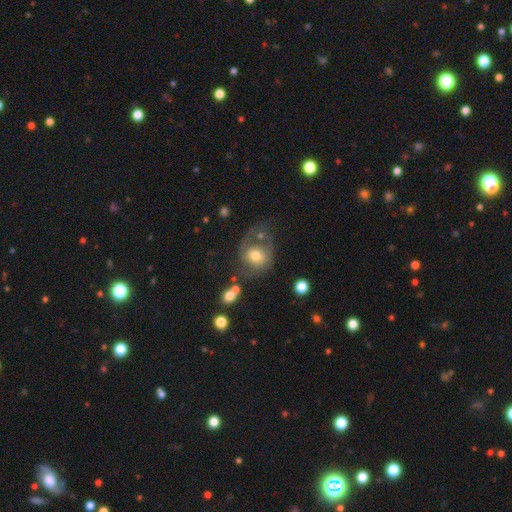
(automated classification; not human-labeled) A featured or disk galaxy (48%). Merging: major disturbance (34%, tied with none).